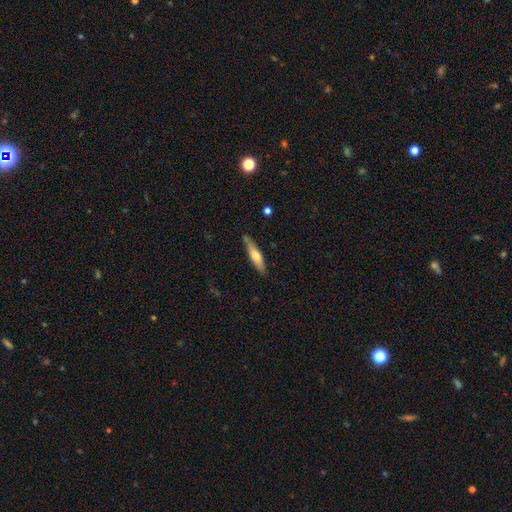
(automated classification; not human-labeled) smooth-or-featured: smooth: 56% | featured or disk: 38% | star or artifact: 6%
  how-rounded: cigar-shaped: 81% | in between: 18% | round: 2%
  merging: none: 81% | minor disturbance: 14% | major disturbance: 3% | merger: 3%